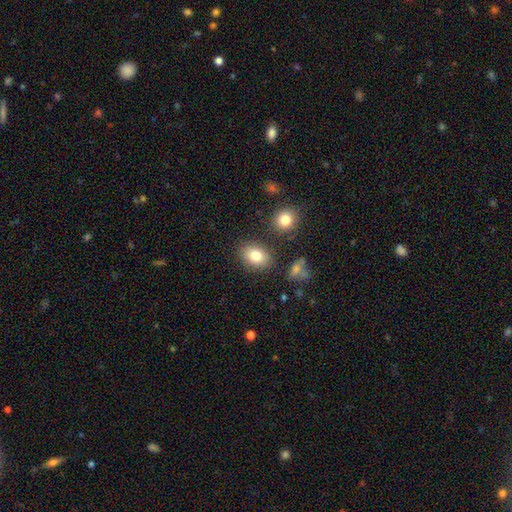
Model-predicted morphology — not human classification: smooth_or_featured: smooth (p=0.82) [alt: featured or disk p=0.09]
how_rounded: in between (p=0.72) [alt: round p=0.27]
merging: none (p=0.82) [alt: minor disturbance p=0.10]